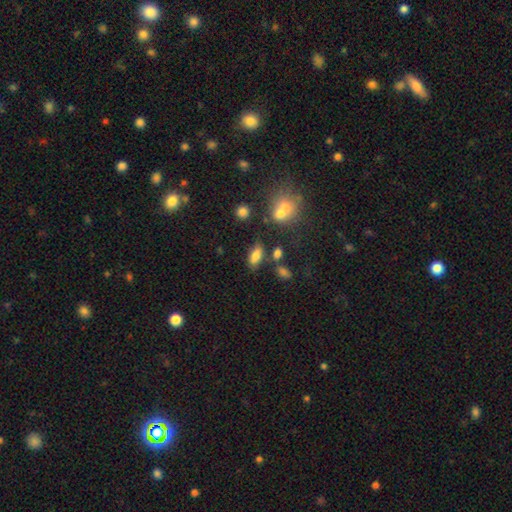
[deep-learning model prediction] smooth 77%, featured or disk 11%, star or artifact 11%. Down the decision tree: how rounded — in between (85%); merging — none (67%).